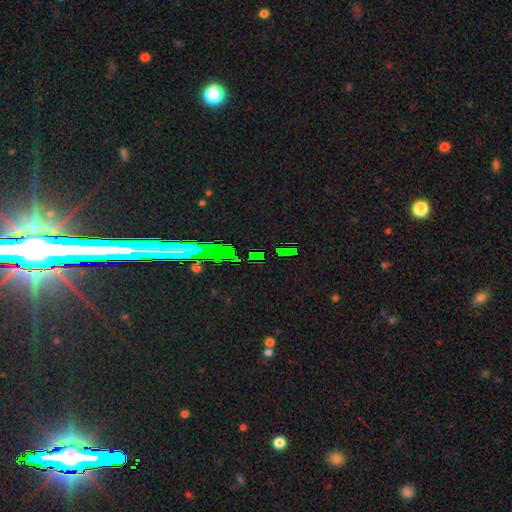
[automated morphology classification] A star or artifact, not a galaxy (72%).